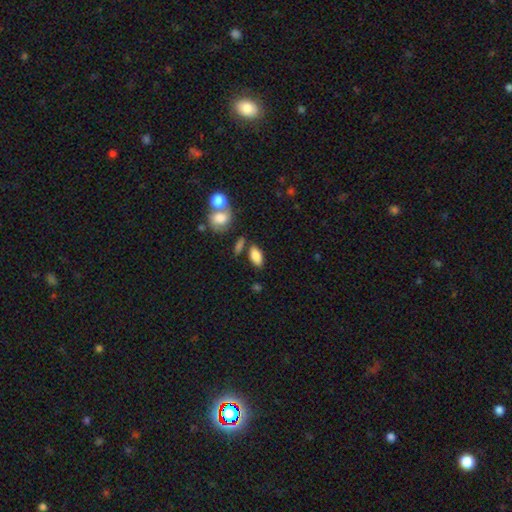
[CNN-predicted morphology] Q: Smooth or featured?
A: smooth (84%); runner-up: featured or disk (8%)
Q: How rounded?
A: in between (90%); runner-up: cigar-shaped (6%)
Q: Merging?
A: none (74%); runner-up: minor disturbance (13%)